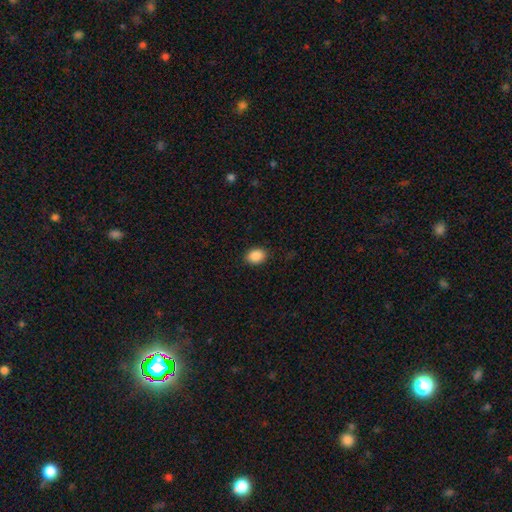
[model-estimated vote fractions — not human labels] smooth_or_featured: smooth (p=0.89) [alt: star or artifact p=0.08]
how_rounded: in between (p=0.65) [alt: round p=0.34]
merging: none (p=0.89) [alt: minor disturbance p=0.08]